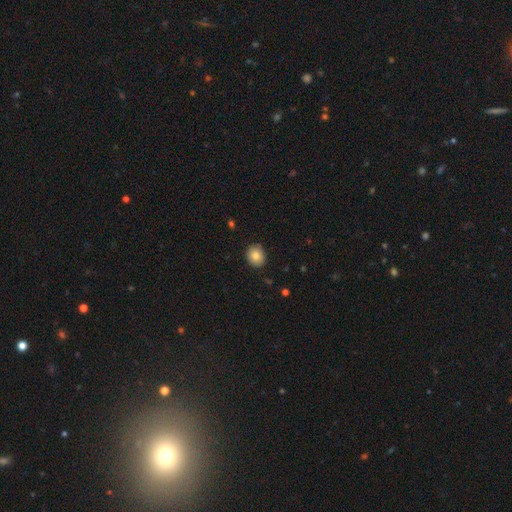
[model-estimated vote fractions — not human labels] The model was most divided on "how rounded": round: 71%, in between: 28%, cigar-shaped: 1%. More confident: merging — none (86%); smooth or featured — smooth (83%).